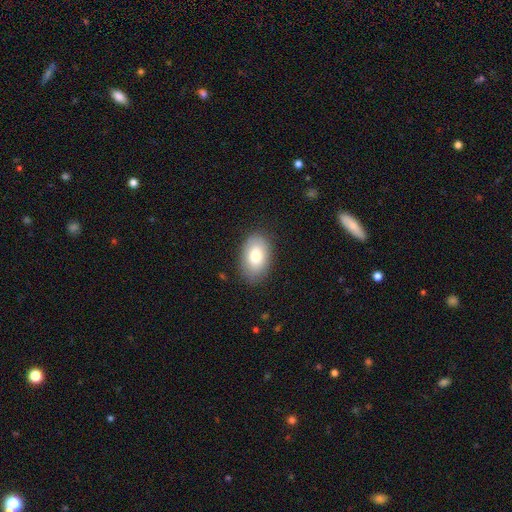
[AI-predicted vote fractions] smooth-or-featured: smooth: 78% | featured or disk: 15% | star or artifact: 7%
  how-rounded: in between: 90% | round: 9% | cigar-shaped: 1%
  merging: none: 84% | minor disturbance: 12% | major disturbance: 3% | merger: 1%